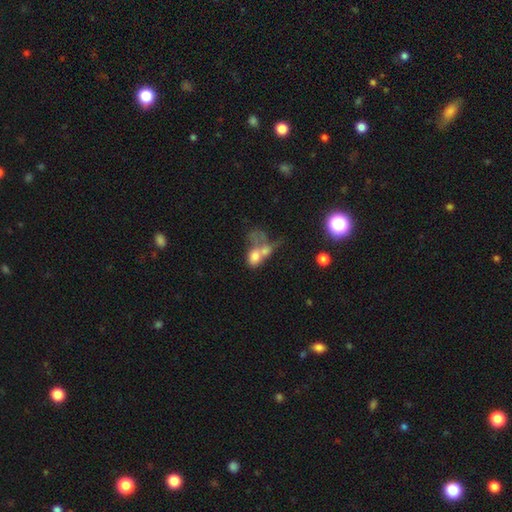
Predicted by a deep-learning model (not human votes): smooth 62%, featured or disk 27%, star or artifact 11%. Down the decision tree: how rounded — in between (65%); merging — merger (63%).